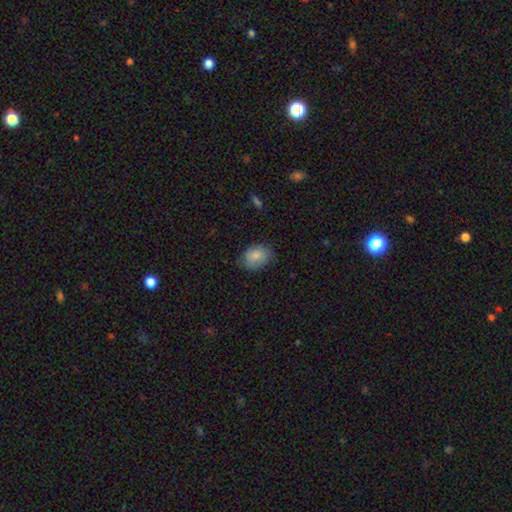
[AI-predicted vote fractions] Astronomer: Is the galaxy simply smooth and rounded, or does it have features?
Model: smooth — 83%.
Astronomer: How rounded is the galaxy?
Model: in between — 73%.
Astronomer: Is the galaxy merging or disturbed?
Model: none — 70%.